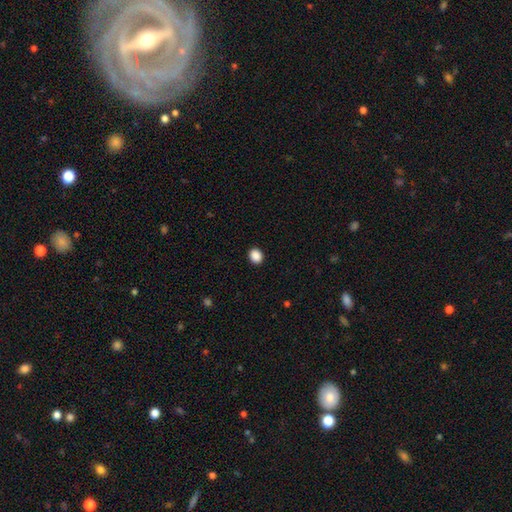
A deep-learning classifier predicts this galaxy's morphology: type=smooth (89%); roundness=round (57%); merging=none (92%).